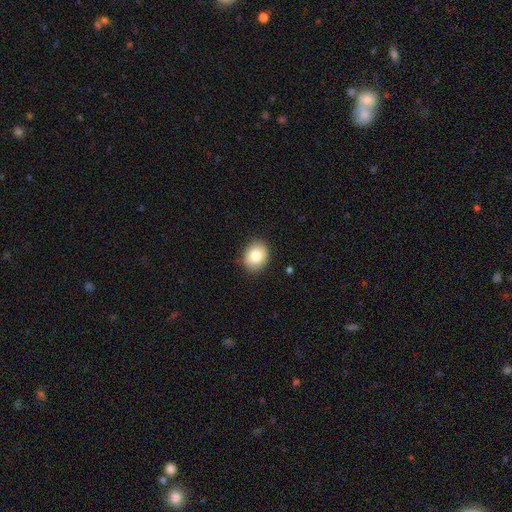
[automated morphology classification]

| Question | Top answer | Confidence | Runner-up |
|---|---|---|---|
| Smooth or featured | smooth | 82% | featured or disk (10%) |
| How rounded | round | 55% | in between (44%) |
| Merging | none | 88% | minor disturbance (9%) |